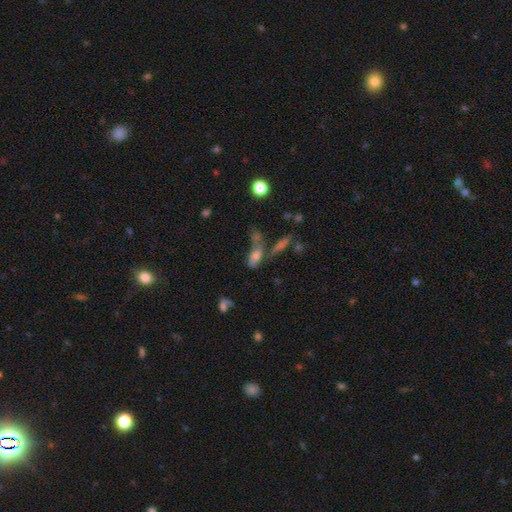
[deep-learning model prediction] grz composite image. It shows a smooth galaxy with no disk features (61%) that is in between round and cigar-shaped (70%). Merging: merger (40%).